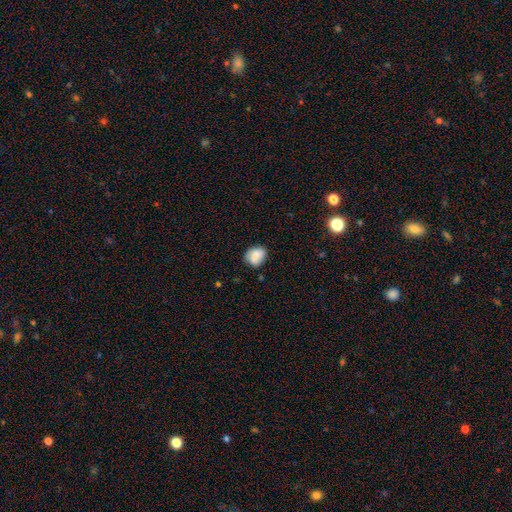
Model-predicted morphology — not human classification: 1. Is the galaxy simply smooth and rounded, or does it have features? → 75% smooth, 16% featured or disk, 9% star or artifact.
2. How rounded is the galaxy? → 54% round, 44% in between, 1% cigar-shaped.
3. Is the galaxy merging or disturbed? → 70% none, 22% minor disturbance, 6% major disturbance, 2% merger.